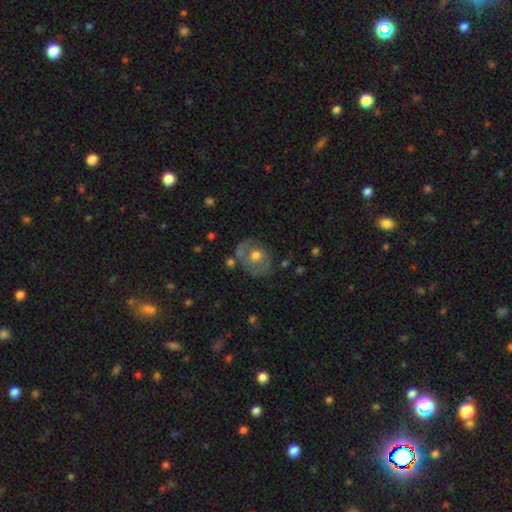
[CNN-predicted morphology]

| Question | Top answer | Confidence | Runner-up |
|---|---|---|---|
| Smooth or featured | smooth | 53% | featured or disk (39%) |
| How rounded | round | 59% | in between (40%) |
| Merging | none | 59% | minor disturbance (23%) |